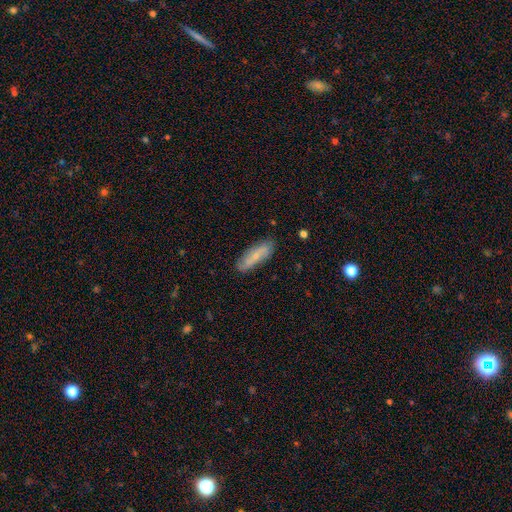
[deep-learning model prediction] A smooth galaxy with no disk features (51%) that is in between round and cigar-shaped (51%).

Vote fractions:
- Smooth or featured? smooth: 51% / featured or disk: 43% / star or artifact: 6%
- How rounded? in between: 51% / cigar-shaped: 46% / round: 3%
- Merging? none: 80% / minor disturbance: 15% / major disturbance: 3% / merger: 2%